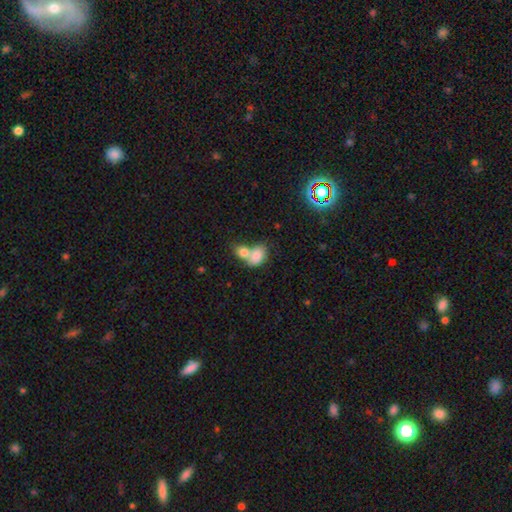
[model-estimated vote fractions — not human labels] Q: Smooth or featured?
A: smooth (80%); runner-up: featured or disk (12%)
Q: How rounded?
A: in between (76%); runner-up: round (22%)
Q: Merging?
A: merger (66%); runner-up: none (23%)